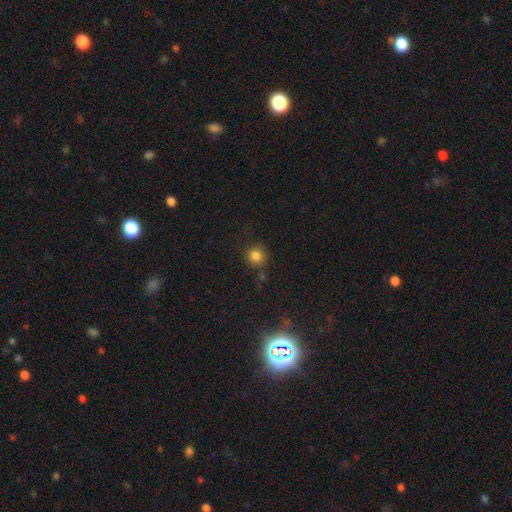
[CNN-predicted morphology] smooth_or_featured: smooth (p=0.82) [alt: star or artifact p=0.13]
how_rounded: round (p=0.90) [alt: in between p=0.09]
merging: none (p=0.80) [alt: minor disturbance p=0.12]